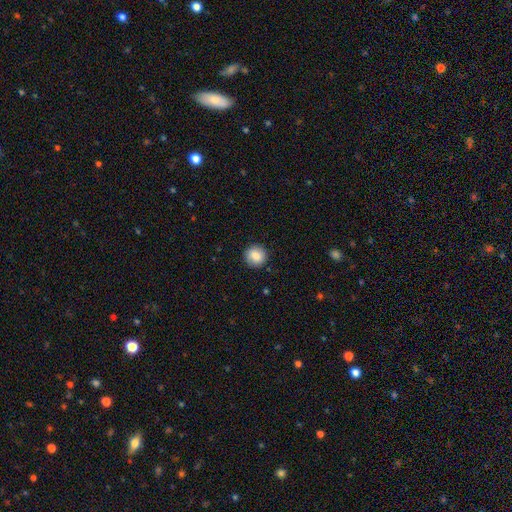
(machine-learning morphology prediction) Smooth or featured: smooth — 84% (star or artifact — 8%)
How rounded: round — 93% (in between — 6%)
Merging: none — 91% (minor disturbance — 6%)